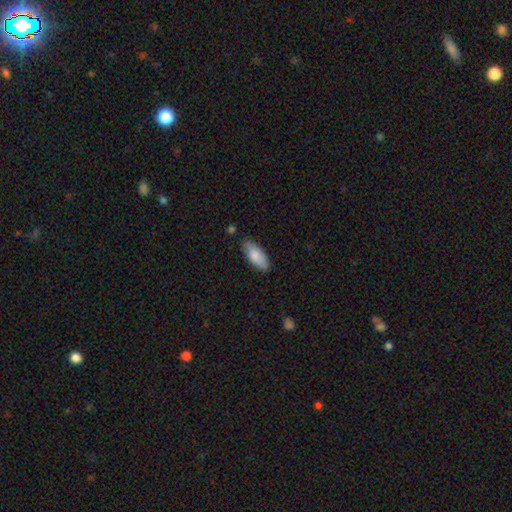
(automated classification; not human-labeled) Smooth or featured? Predicted: smooth (p=0.83). How rounded? Predicted: in between (p=0.81). Merging? Predicted: none (p=0.78).